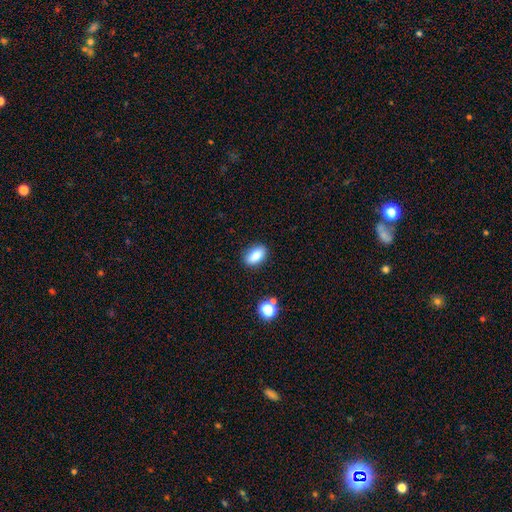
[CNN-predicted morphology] smooth-or-featured: smooth: 84% | star or artifact: 9% | featured or disk: 7%
  how-rounded: in between: 88% | round: 8% | cigar-shaped: 5%
  merging: none: 86% | minor disturbance: 10% | major disturbance: 2% | merger: 2%